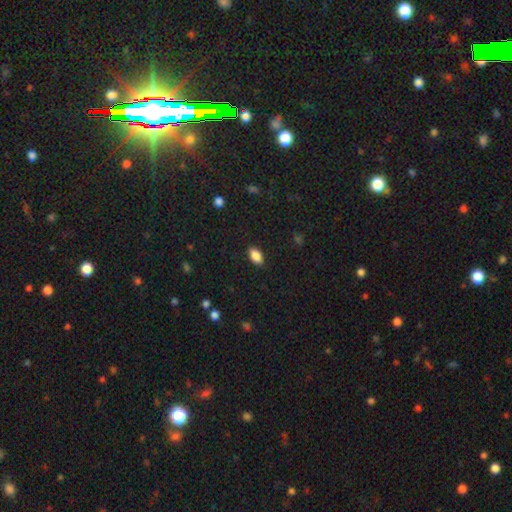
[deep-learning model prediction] A smooth galaxy with no disk features (87%) that is in between round and cigar-shaped (91%). Merging: none (87%).